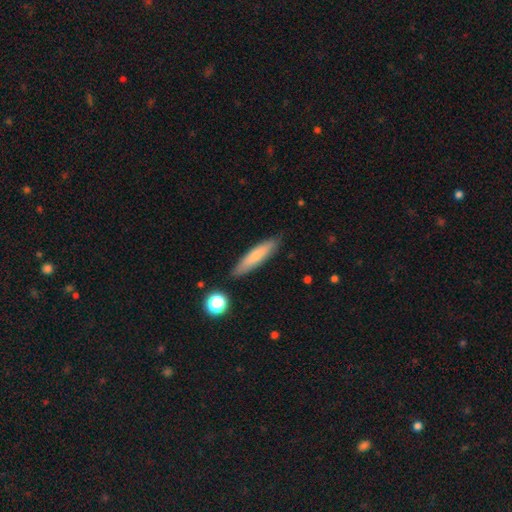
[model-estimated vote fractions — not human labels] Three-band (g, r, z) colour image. It shows a smooth galaxy with no disk features (75%) that is cigar-shaped (82%). Merging: none (86%).